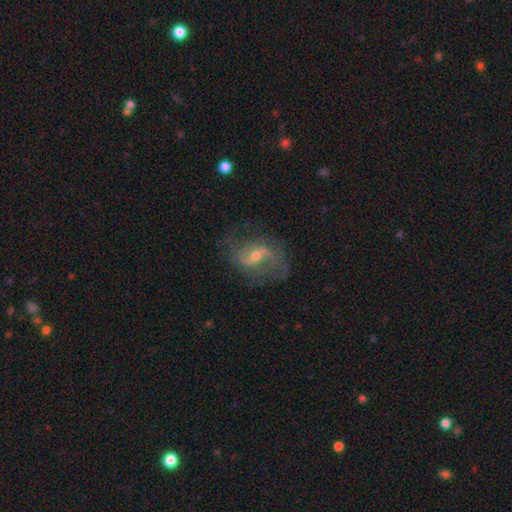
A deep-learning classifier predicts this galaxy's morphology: featured or disk 82%, smooth 10%, star or artifact 8%. Down the decision tree: edge-on disk — no (96%); bar — weak (52%); spiral arms — yes (92%); spiral arm count — 2 (82%); spiral winding — loose (52%); bulge size — small (54%); merging — none (68%).